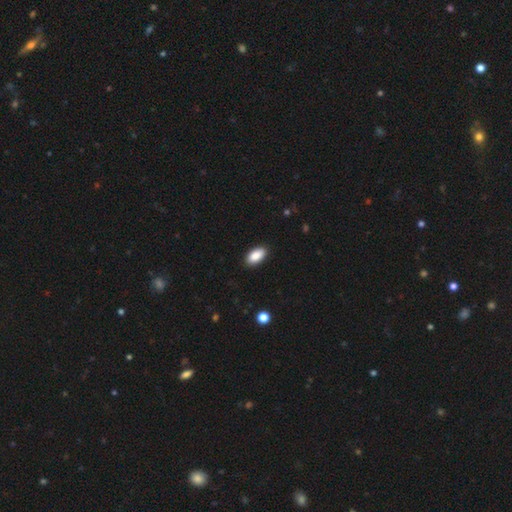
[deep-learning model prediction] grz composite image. It shows a smooth galaxy with no disk features (89%) that is in between round and cigar-shaped (93%). Merging: none (89%).